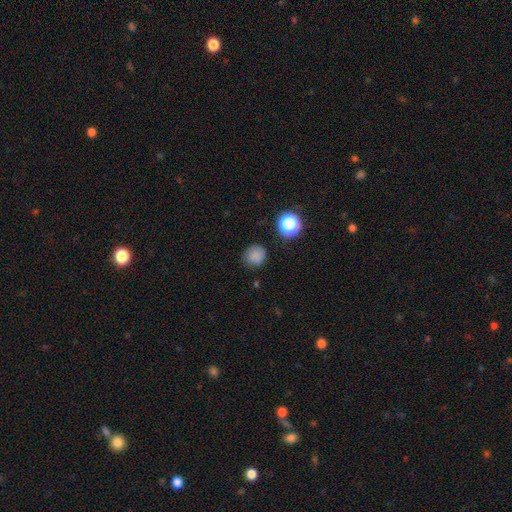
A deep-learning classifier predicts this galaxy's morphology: This is clearly a smooth galaxy (81%). How rounded: clearly round (85%). Merging: clearly none (82%).